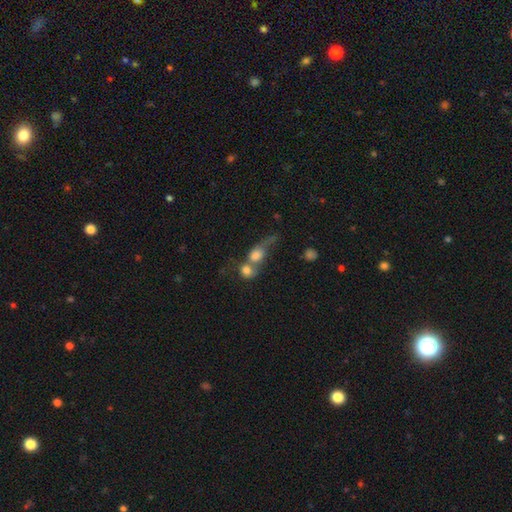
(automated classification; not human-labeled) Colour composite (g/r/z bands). It shows a smooth galaxy with no disk features (67%) that is round (65%). Merging: merger (72%).